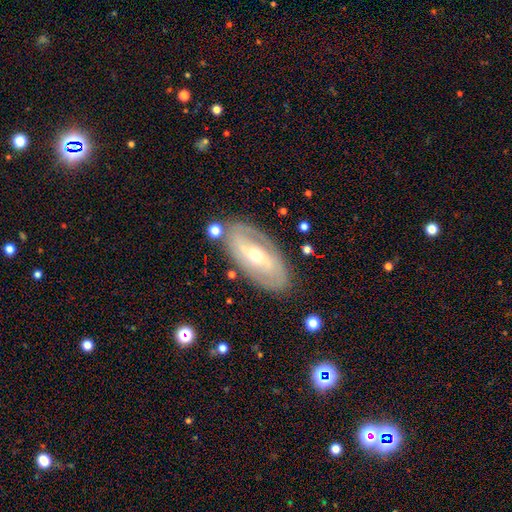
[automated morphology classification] type=featured or disk (74%); edge-on=no (89%); bar=no (38%); spiral arms=yes (60%); bulge=moderate (52%); merging=none (79%).